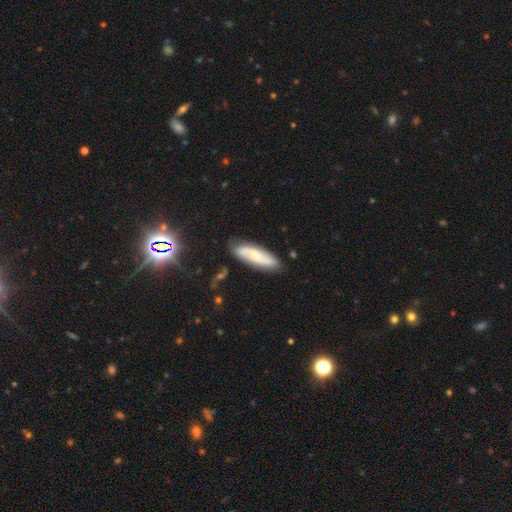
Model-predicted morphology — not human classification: Smooth or featured? featured or disk (50%)
Edge-on disk? no (80%)
Merging? none (80%)